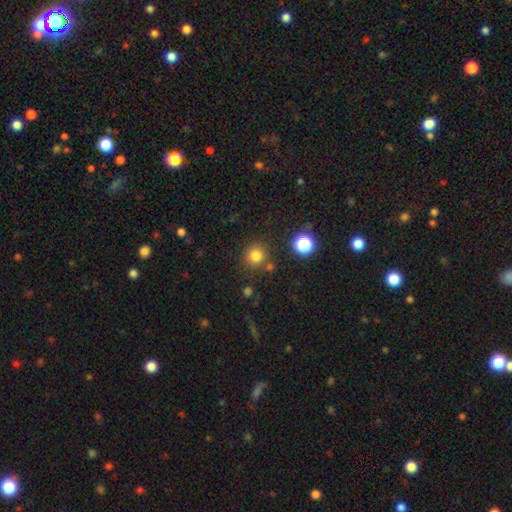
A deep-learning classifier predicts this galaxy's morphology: This appears to be a smooth galaxy with no disk features (79%) that is round (91%). Merging: none (80%).